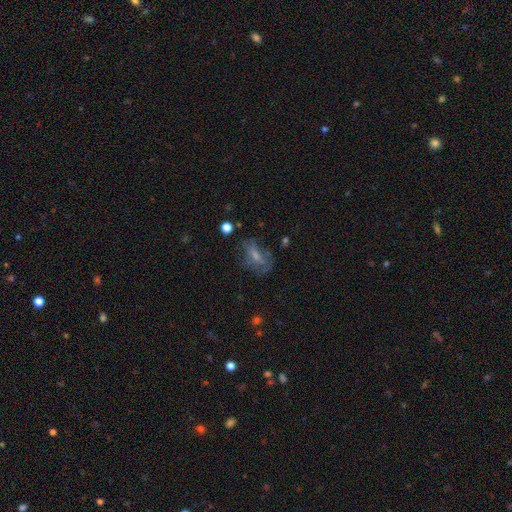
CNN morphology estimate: A smooth galaxy with no disk features (47%).

Vote fractions:
- Smooth or featured? smooth: 47% / featured or disk: 39% / star or artifact: 14%
- Merging? none: 49% / major disturbance: 25% / minor disturbance: 23% / merger: 4%